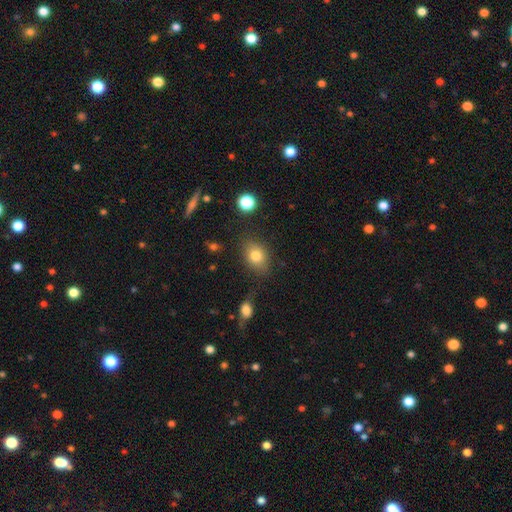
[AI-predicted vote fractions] Smooth or featured: smooth — 80% (featured or disk — 10%)
How rounded: in between — 67% (round — 32%)
Merging: none — 76% (minor disturbance — 16%)